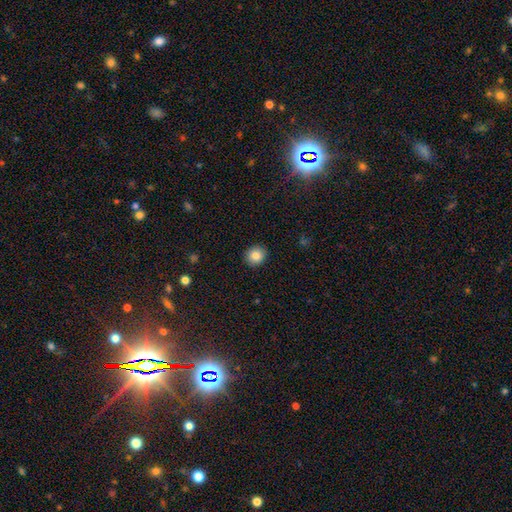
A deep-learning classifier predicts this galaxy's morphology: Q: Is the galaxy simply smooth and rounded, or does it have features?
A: smooth — 86%.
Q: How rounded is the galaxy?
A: round — 80%.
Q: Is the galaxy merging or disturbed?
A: none — 91%.